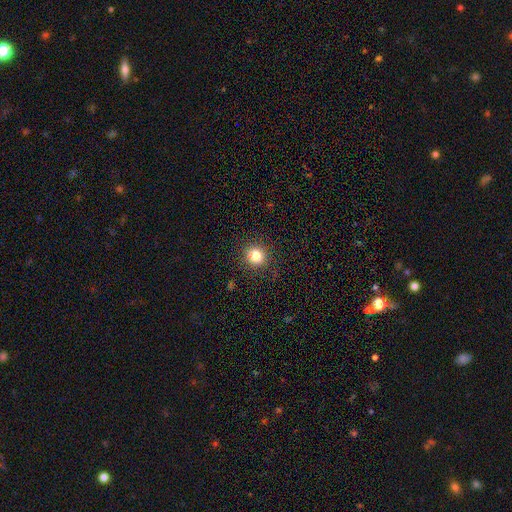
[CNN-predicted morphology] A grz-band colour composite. It shows a smooth galaxy with no disk features (82%) that is round (90%). Merging: none (90%).